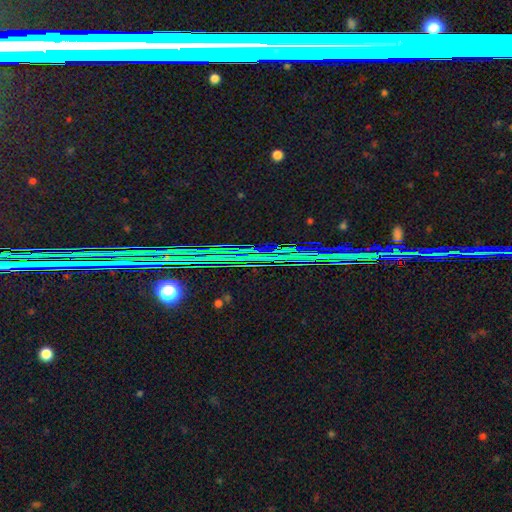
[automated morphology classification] Smooth or featured? star or artifact (81%)